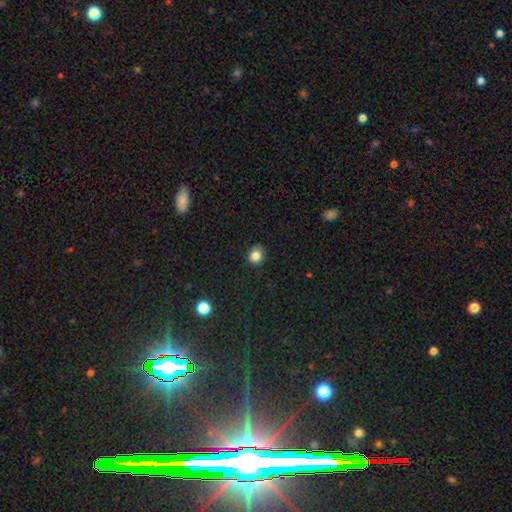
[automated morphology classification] type=smooth (84%); roundness=round (68%); merging=none (86%).